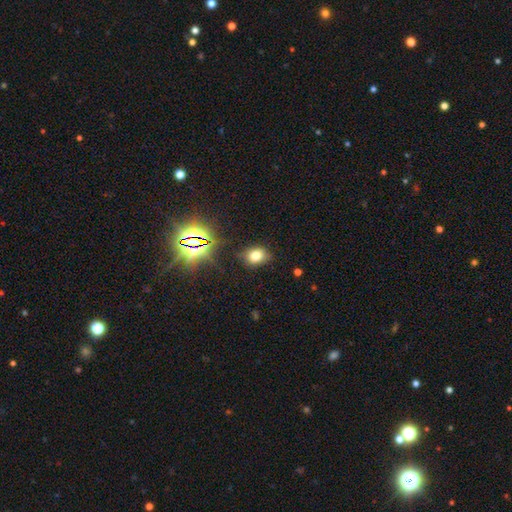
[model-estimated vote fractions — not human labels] A smooth galaxy with no disk features (73%) that is in between round and cigar-shaped (64%).

Vote fractions:
- Smooth or featured? smooth: 73% / star or artifact: 18% / featured or disk: 9%
- How rounded? in between: 64% / round: 34% / cigar-shaped: 1%
- Merging? none: 82% / minor disturbance: 13% / major disturbance: 3% / merger: 2%